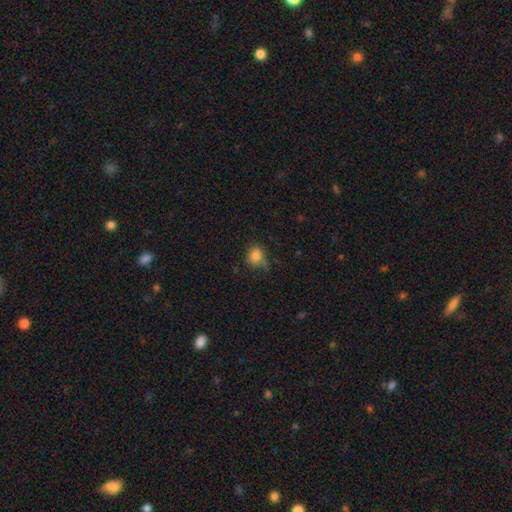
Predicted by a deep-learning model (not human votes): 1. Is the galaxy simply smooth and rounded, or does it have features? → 82% smooth, 11% star or artifact, 7% featured or disk.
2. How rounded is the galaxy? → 57% round, 41% in between, 1% cigar-shaped.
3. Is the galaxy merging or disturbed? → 58% none, 26% minor disturbance, 11% major disturbance, 5% merger.